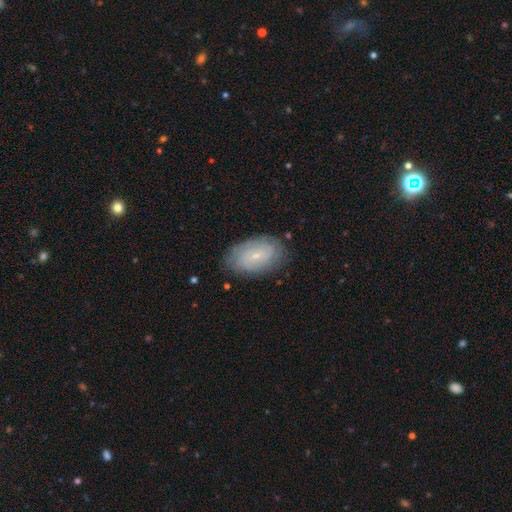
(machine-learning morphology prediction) This appears to be a featured or disk galaxy (63%) with no bar (52%), spiral arms (81%) and a small central bulge (80%). Merging: none (79%).